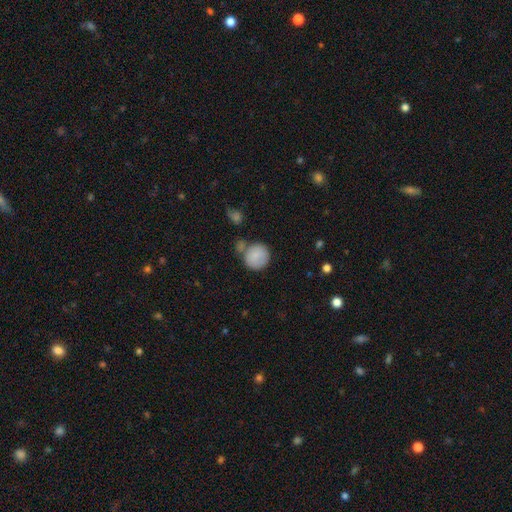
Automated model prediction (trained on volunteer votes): Smooth or featured? Predicted: smooth (p=0.85). How rounded? Predicted: round (p=0.87). Merging? Predicted: none (p=0.58).